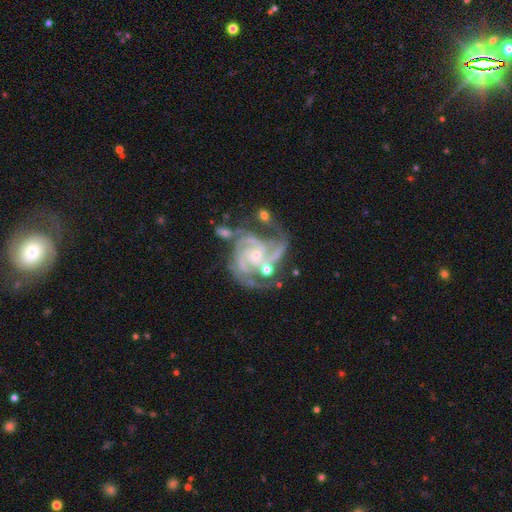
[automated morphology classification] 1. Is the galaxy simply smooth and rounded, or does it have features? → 92% featured or disk, 5% star or artifact, 3% smooth.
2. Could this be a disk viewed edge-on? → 98% no, 2% yes.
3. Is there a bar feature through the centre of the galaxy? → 66% no, 25% weak, 9% strong.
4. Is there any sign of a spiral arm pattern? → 98% yes, 2% no.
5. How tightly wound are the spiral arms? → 54% tight, 41% medium, 5% loose.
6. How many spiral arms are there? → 53% 3, 17% 4, 14% 2, 7% can't tell, 4% more than 4, 4% 1.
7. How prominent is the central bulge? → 77% small, 18% moderate, 3% none, 1% large, 1% dominant.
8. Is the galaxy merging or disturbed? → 47% none, 22% minor disturbance, 16% major disturbance, 15% merger.